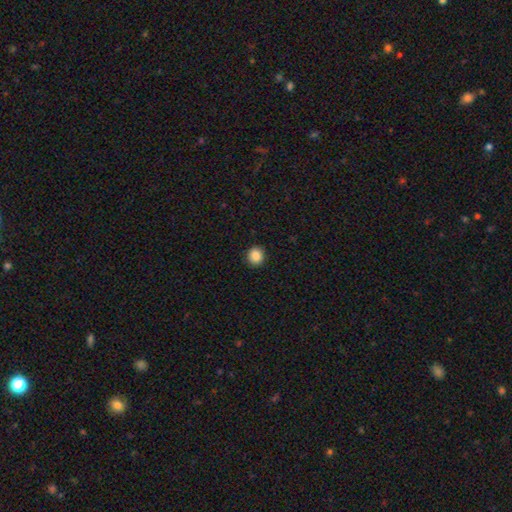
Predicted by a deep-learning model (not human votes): The model was most divided on "how rounded": round: 87%, in between: 12%, cigar-shaped: 1%. More confident: merging — none (91%); smooth or featured — smooth (88%).